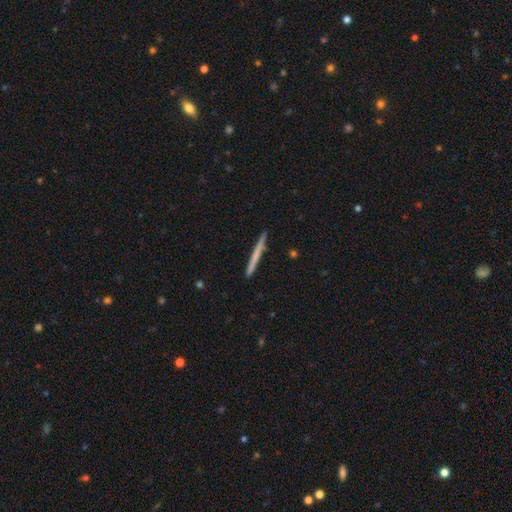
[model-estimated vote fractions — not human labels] Morphology: type=smooth (57%); roundness=cigar-shaped (97%); merging=none (92%).